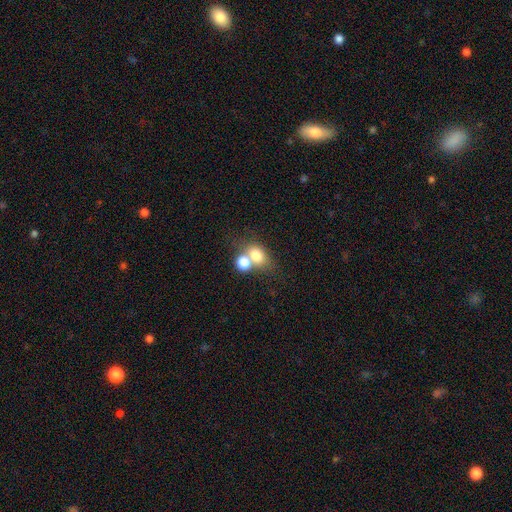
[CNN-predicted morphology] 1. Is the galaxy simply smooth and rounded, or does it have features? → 75% smooth, 14% featured or disk, 11% star or artifact.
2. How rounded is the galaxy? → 49% in between (tied), 49% round (tied), 1% cigar-shaped.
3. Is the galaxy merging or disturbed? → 54% merger, 34% none, 8% minor disturbance, 4% major disturbance.